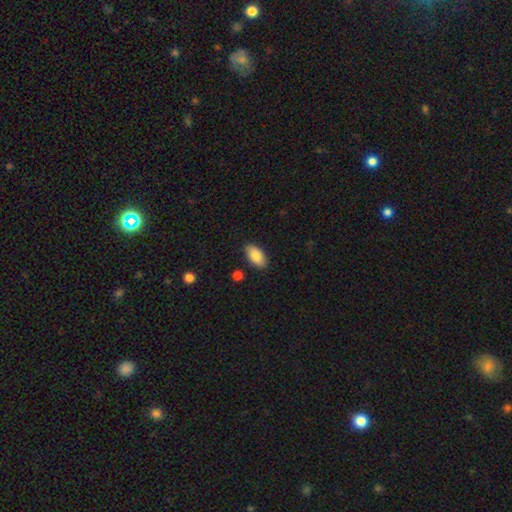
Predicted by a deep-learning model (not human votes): Smooth or featured? smooth (83%)
How rounded? in between (94%)
Merging? none (86%)